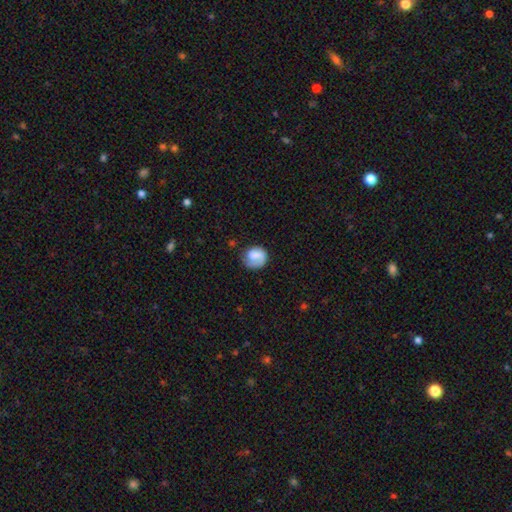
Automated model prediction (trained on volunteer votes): smooth-or-featured: smooth: 67% | featured or disk: 26% | star or artifact: 7%
  how-rounded: round: 78% | in between: 21% | cigar-shaped: 1%
  merging: none: 61% | minor disturbance: 22% | major disturbance: 15% | merger: 2%